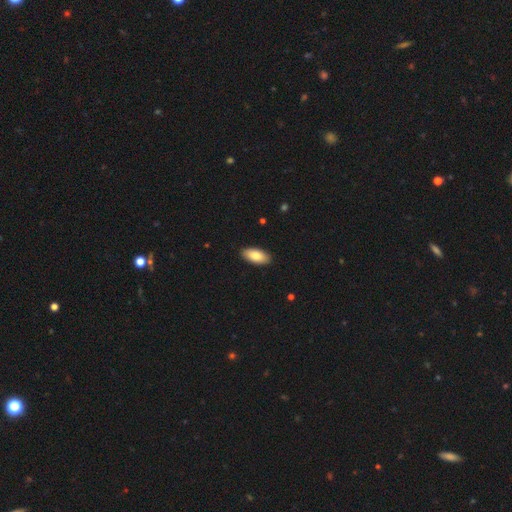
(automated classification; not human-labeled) This appears to be a smooth galaxy with no disk features (84%) that is in between round and cigar-shaped (92%). Merging: none (90%).